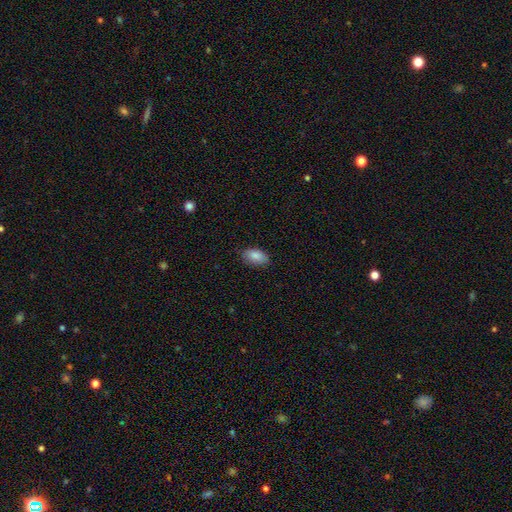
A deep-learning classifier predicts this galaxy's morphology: Smooth or featured: smooth — 87% (star or artifact — 7%)
How rounded: in between — 92% (round — 5%)
Merging: none — 82% (minor disturbance — 15%)